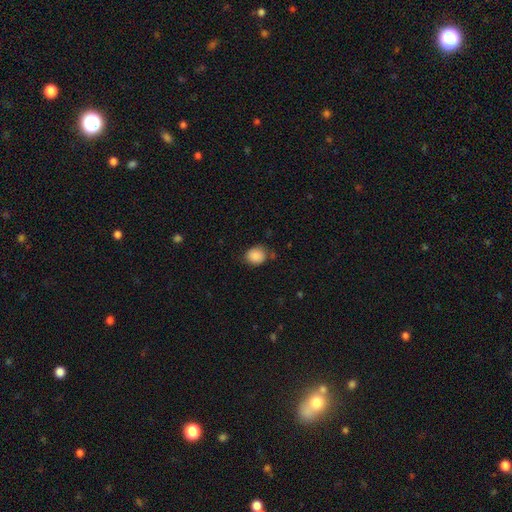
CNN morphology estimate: Smooth or featured: smooth — 87% (star or artifact — 8%)
How rounded: round — 68% (in between — 31%)
Merging: none — 75% (minor disturbance — 19%)